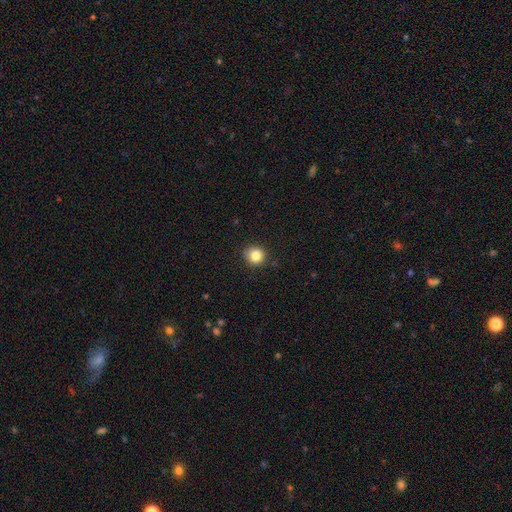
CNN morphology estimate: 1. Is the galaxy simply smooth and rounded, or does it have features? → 83% smooth, 11% star or artifact, 6% featured or disk.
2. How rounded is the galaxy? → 91% round, 9% in between, 1% cigar-shaped.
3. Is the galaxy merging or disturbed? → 87% none, 10% minor disturbance, 2% major disturbance, 1% merger.